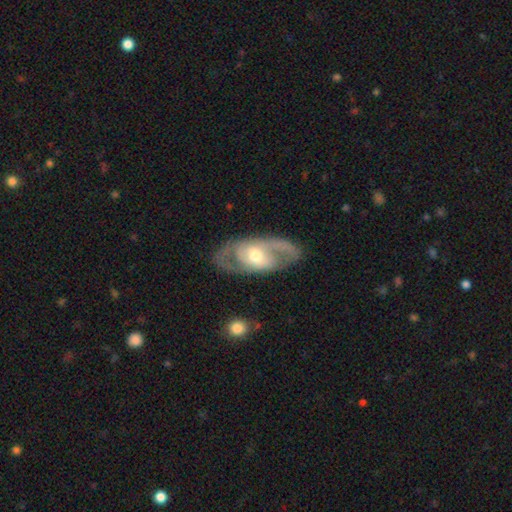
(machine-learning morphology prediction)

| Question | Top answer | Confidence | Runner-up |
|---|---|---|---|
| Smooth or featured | featured or disk | 78% | smooth (17%) |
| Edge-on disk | no | 91% | yes (9%) |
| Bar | no | 52% | weak (34%) |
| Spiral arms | yes | 76% | no (24%) |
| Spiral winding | medium | 46% | tight (31%) |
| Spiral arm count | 2 | 78% | can't tell (13%) |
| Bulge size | moderate | 66% | small (23%) |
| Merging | none | 78% | minor disturbance (14%) |